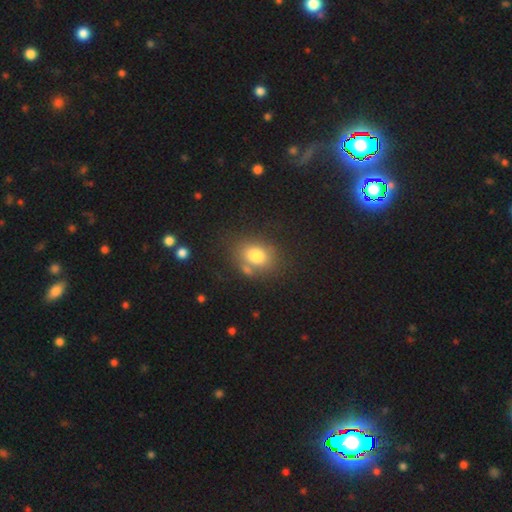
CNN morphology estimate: smooth_or_featured: smooth (p=0.79) [alt: star or artifact p=0.11]
how_rounded: in between (p=0.54) [alt: round p=0.45]
merging: none (p=0.67) [alt: minor disturbance p=0.15]